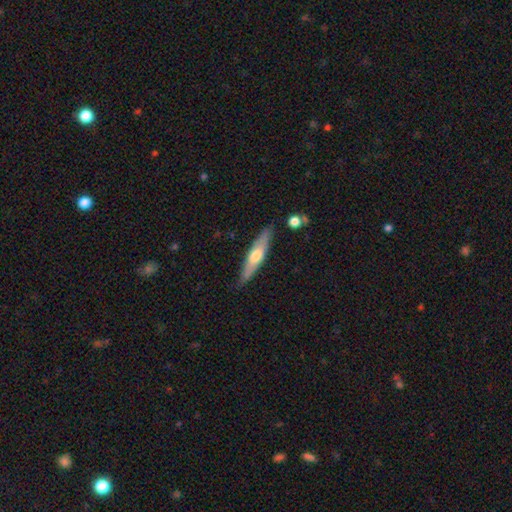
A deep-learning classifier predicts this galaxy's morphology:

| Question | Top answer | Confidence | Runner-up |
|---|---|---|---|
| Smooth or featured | featured or disk | 49% | smooth (46%) |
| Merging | none | 84% | minor disturbance (12%) |